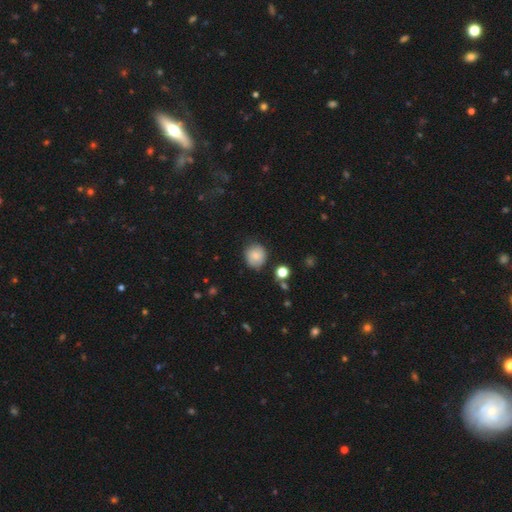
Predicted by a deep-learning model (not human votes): smooth-or-featured: smooth: 78% | featured or disk: 13% | star or artifact: 9%
  how-rounded: round: 80% | in between: 19% | cigar-shaped: 1%
  merging: none: 76% | minor disturbance: 18% | major disturbance: 4% | merger: 2%